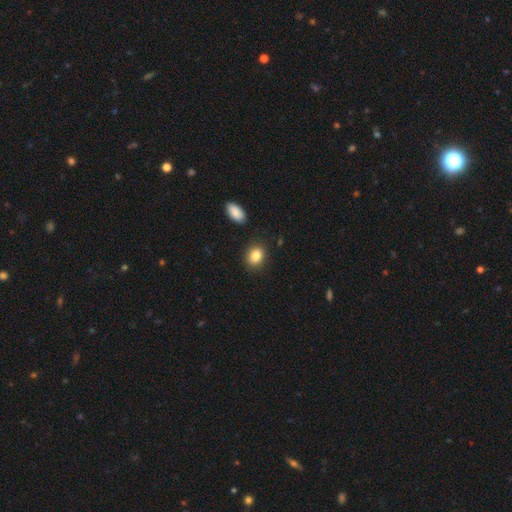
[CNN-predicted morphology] Smooth or featured?
  - smooth: 86% *
  - star or artifact: 8%
  - featured or disk: 6%
How rounded?
  - in between: 59% *
  - round: 40%
  - cigar-shaped: 1%
Merging?
  - none: 85% *
  - minor disturbance: 9%
  - merger: 3%
  - major disturbance: 3%